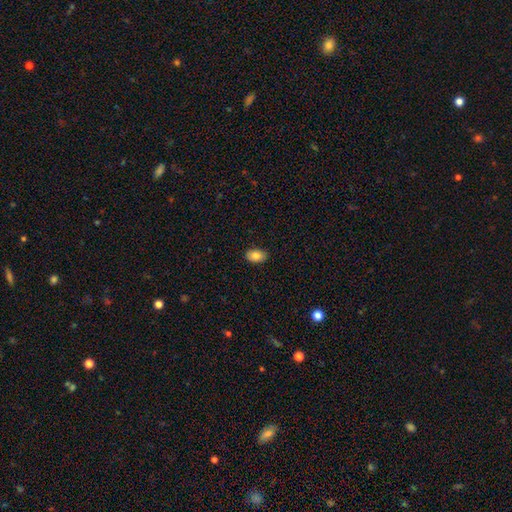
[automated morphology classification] smooth-or-featured: smooth: 84% | featured or disk: 8% | star or artifact: 8%
  how-rounded: in between: 90% | round: 9% | cigar-shaped: 1%
  merging: none: 87% | minor disturbance: 10% | major disturbance: 2% | merger: 1%